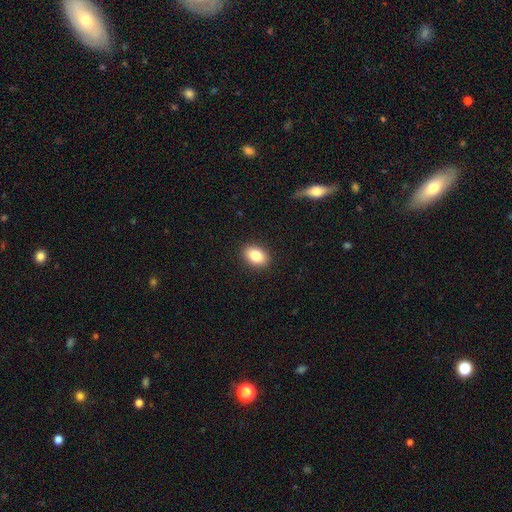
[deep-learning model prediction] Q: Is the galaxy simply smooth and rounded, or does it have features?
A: smooth — 84%.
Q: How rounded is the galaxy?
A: in between — 80%.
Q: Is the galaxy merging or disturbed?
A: none — 90%.